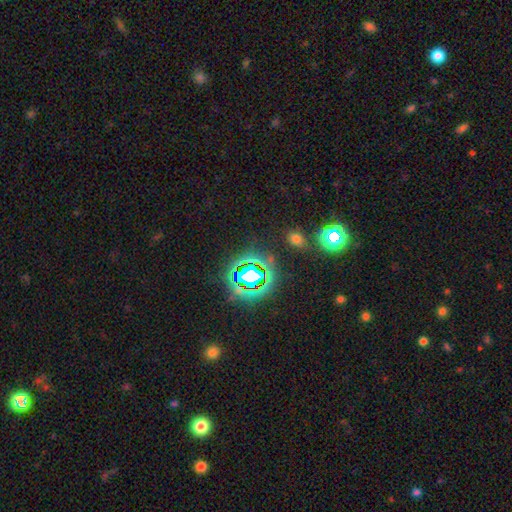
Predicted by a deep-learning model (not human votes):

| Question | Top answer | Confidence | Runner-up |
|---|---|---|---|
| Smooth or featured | star or artifact | 79% | smooth (14%) |